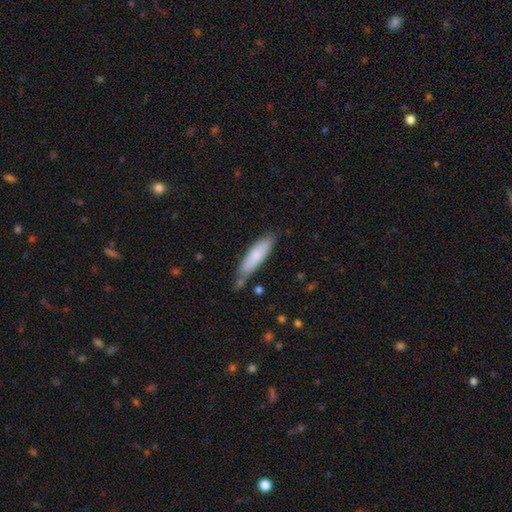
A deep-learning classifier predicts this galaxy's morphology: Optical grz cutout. It shows a smooth galaxy with no disk features (79%) that is cigar-shaped (69%). Merging: none (66%).